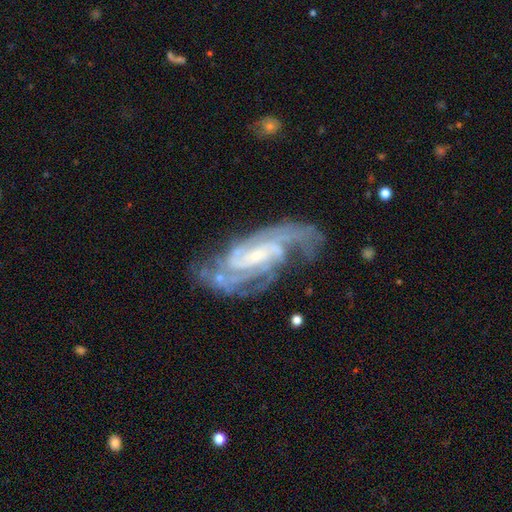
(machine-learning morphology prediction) Overall: featured or disk (91%). Edge-on disk: no (95%). Bar: weak (43%; no 36%). Spiral arms: yes (98%). Spiral arm count: 3 (30%; 2 28%). Spiral winding: tight (51%; medium 42%). Bulge size: small (69%). Merging: none (68%).